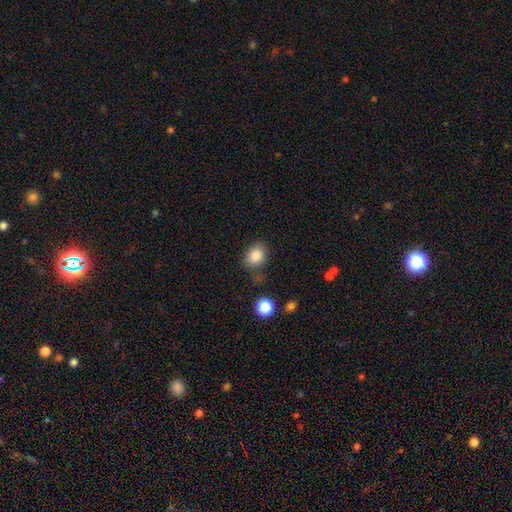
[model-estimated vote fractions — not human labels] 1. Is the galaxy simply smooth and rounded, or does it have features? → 85% smooth, 9% star or artifact, 6% featured or disk.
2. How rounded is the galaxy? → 61% in between, 38% round, 1% cigar-shaped.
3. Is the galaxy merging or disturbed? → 70% none, 19% minor disturbance, 6% merger, 5% major disturbance.